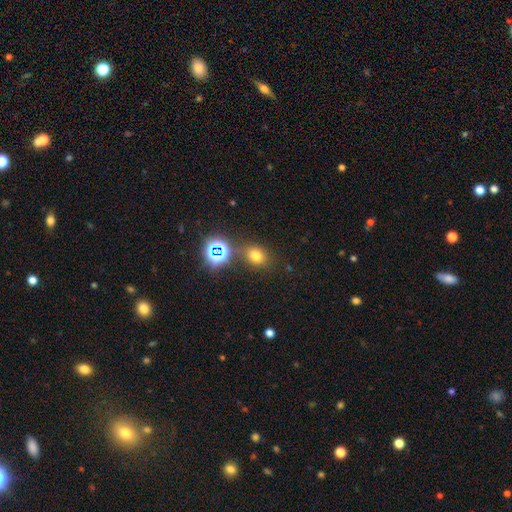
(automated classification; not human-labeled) Smooth or featured: smooth — 66% (star or artifact — 26%)
How rounded: round — 58% (in between — 41%)
Merging: none — 73% (minor disturbance — 13%)